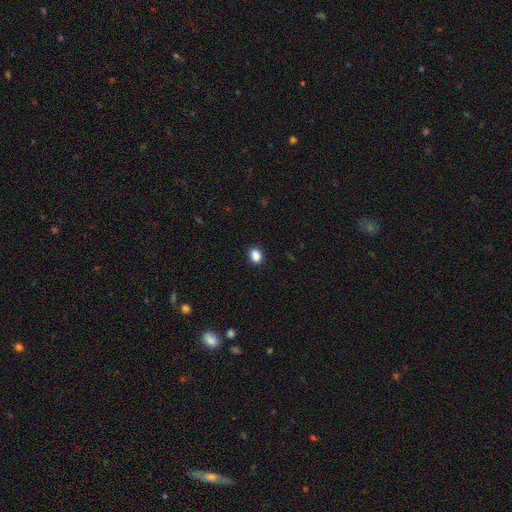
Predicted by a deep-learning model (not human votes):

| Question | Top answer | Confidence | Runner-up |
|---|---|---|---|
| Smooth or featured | smooth | 88% | star or artifact (9%) |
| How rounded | in between | 61% | round (38%) |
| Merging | none | 90% | minor disturbance (7%) |